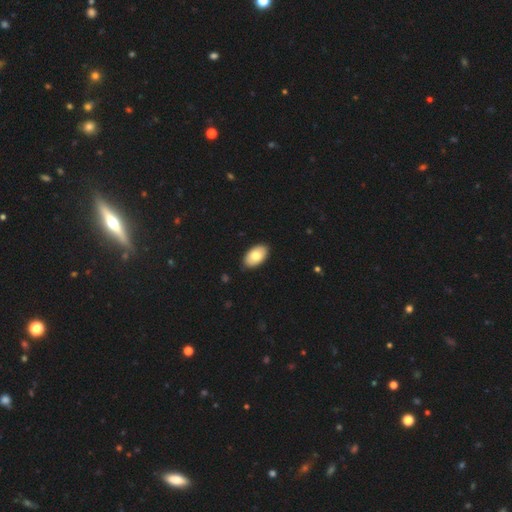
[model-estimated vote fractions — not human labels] A smooth galaxy with no disk features (80%) that is in between round and cigar-shaped (95%). Merging: none (89%).